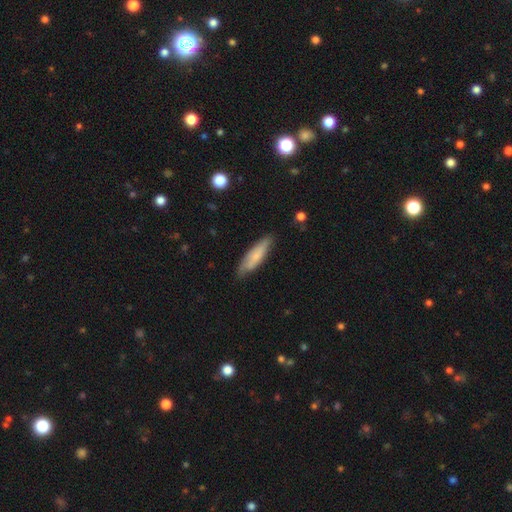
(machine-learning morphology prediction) Smooth or featured: smooth — 70% (featured or disk — 24%)
How rounded: cigar-shaped — 66% (in between — 33%)
Merging: none — 78% (minor disturbance — 18%)